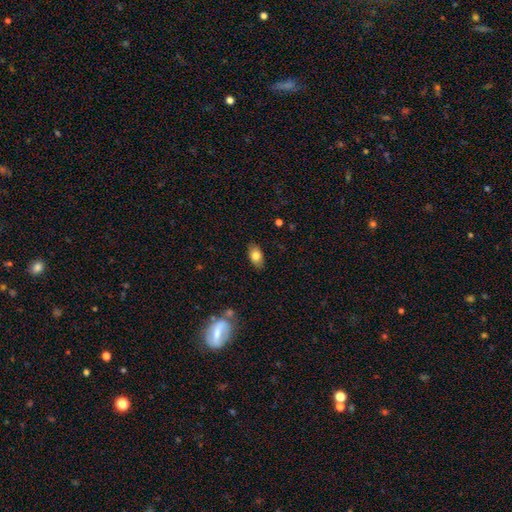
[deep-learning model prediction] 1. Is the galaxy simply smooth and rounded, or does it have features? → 81% smooth, 11% featured or disk, 8% star or artifact.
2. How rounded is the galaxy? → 90% in between, 8% round, 2% cigar-shaped.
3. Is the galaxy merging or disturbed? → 86% none, 11% minor disturbance, 2% major disturbance, 1% merger.